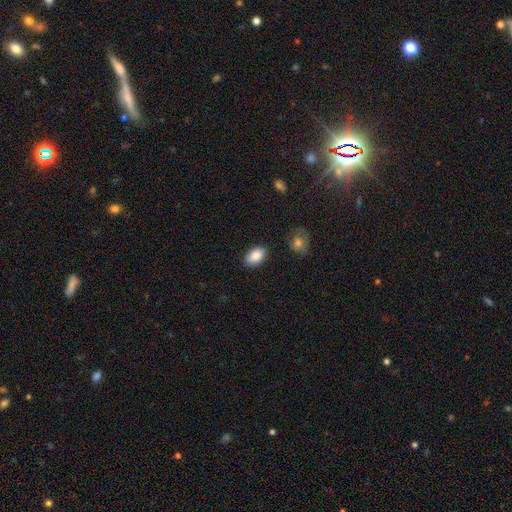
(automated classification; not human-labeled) A smooth galaxy with no disk features (87%) that is in between round and cigar-shaped (90%).

Vote fractions:
- Smooth or featured? smooth: 87% / star or artifact: 7% / featured or disk: 6%
- How rounded? in between: 90% / round: 8% / cigar-shaped: 1%
- Merging? none: 86% / minor disturbance: 10% / major disturbance: 2% / merger: 2%